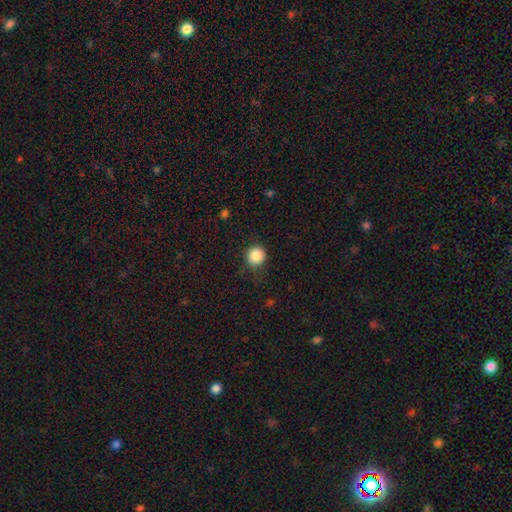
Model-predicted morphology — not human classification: type=smooth (86%); roundness=round (93%); merging=none (76%).